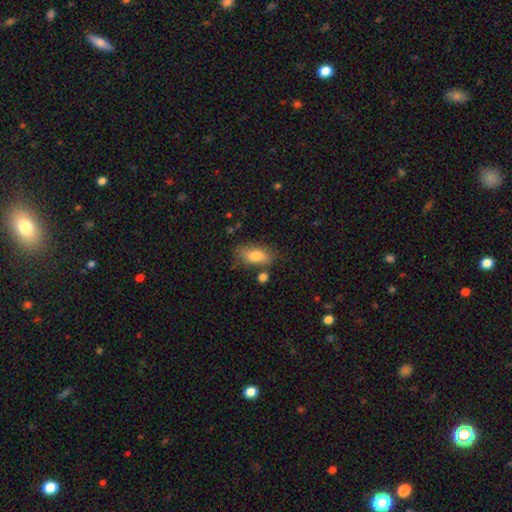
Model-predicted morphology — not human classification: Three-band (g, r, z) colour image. It shows a smooth galaxy with no disk features (80%) that is in between round and cigar-shaped (86%). Merging: none (68%).